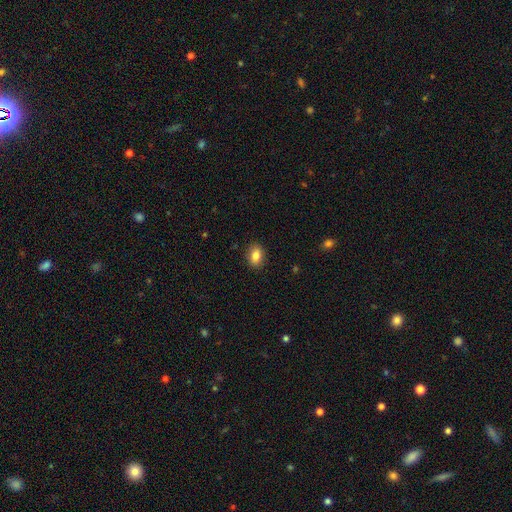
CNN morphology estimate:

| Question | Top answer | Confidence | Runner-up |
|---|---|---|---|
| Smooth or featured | smooth | 84% | star or artifact (8%) |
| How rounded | in between | 81% | round (18%) |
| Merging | none | 89% | minor disturbance (8%) |